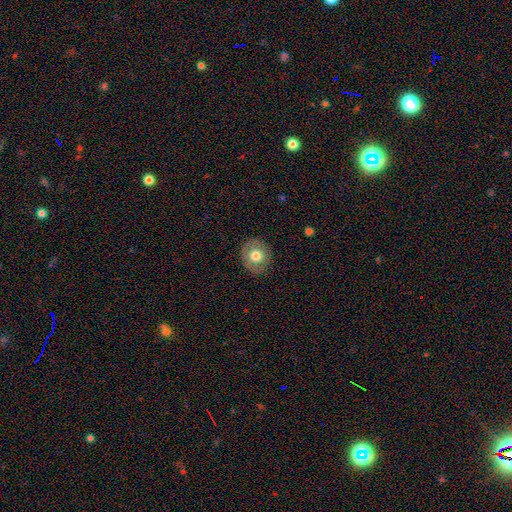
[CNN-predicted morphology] Smooth or featured? Predicted: smooth (p=0.68). How rounded? Predicted: round (p=0.75). Merging? Predicted: none (p=0.87).